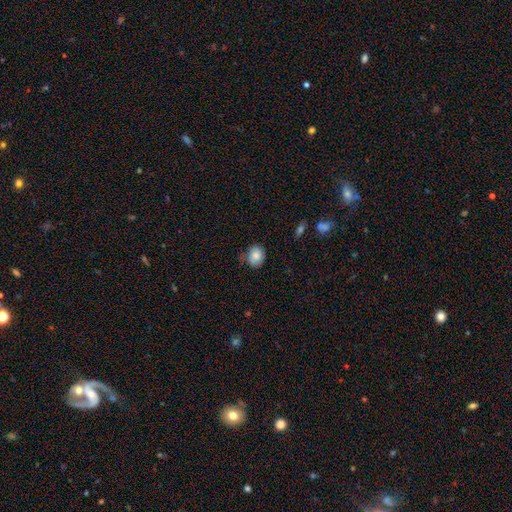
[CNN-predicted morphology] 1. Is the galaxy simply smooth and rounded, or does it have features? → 81% smooth, 11% featured or disk, 8% star or artifact.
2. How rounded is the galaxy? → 58% round, 41% in between, 1% cigar-shaped.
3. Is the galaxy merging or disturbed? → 64% none, 27% minor disturbance, 6% major disturbance, 2% merger.